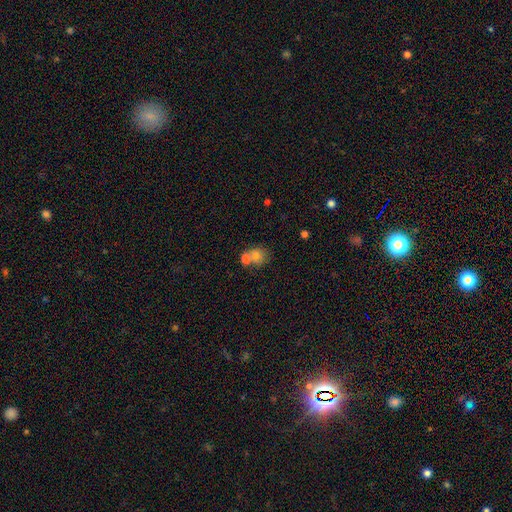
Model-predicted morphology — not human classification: Smooth or featured? smooth (76%)
How rounded? round (70%)
Merging? merger (47%)